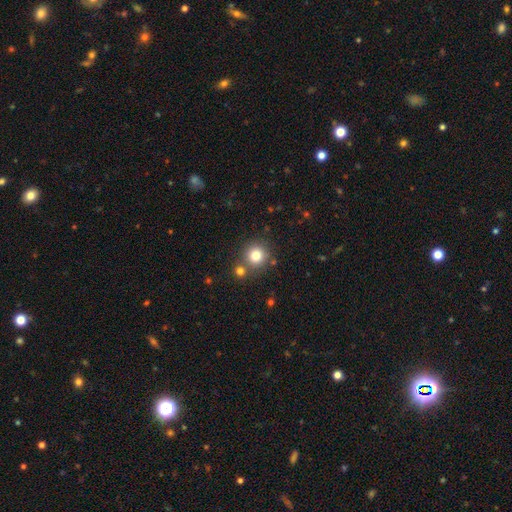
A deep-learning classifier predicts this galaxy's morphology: Smooth or featured? smooth (79%)
How rounded? round (93%)
Merging? none (74%)